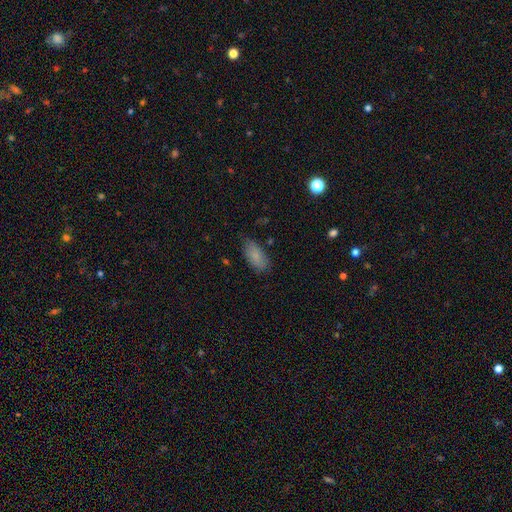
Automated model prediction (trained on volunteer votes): This appears to be a smooth galaxy with no disk features (84%) that is in between round and cigar-shaped (90%). Merging: none (74%).